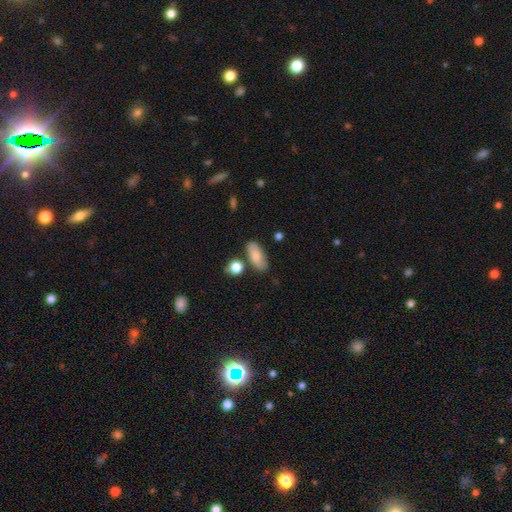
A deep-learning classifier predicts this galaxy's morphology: type=smooth (81%); roundness=in between (83%); merging=none (77%).